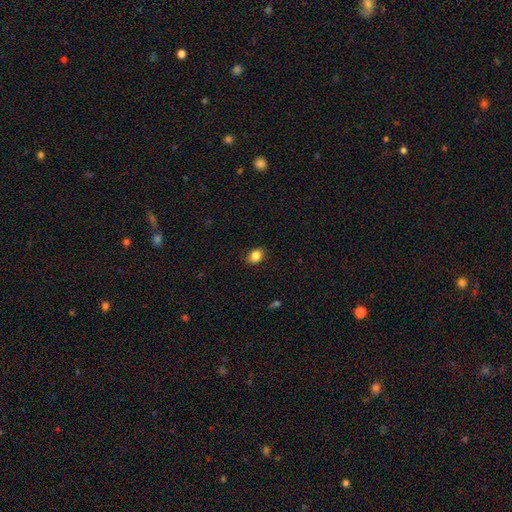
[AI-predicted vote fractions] A smooth galaxy with no disk features (85%) that is in between round and cigar-shaped (54%).

Vote fractions:
- Smooth or featured? smooth: 85% / star or artifact: 10% / featured or disk: 5%
- How rounded? in between: 54% / round: 45% / cigar-shaped: 1%
- Merging? none: 86% / minor disturbance: 10% / major disturbance: 2% / merger: 1%